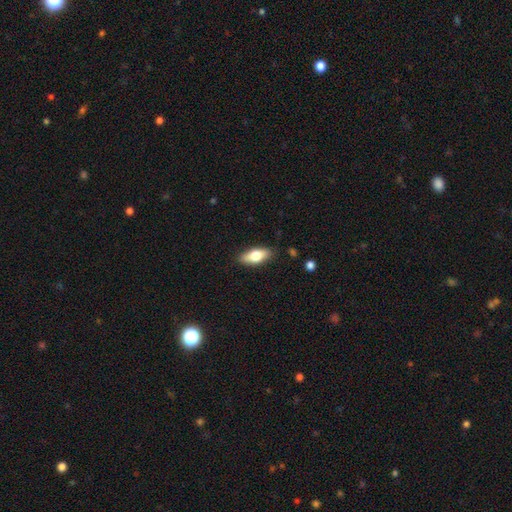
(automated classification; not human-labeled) smooth 70%, featured or disk 24%, star or artifact 6%. Down the decision tree: how rounded — in between (80%); merging — none (86%).